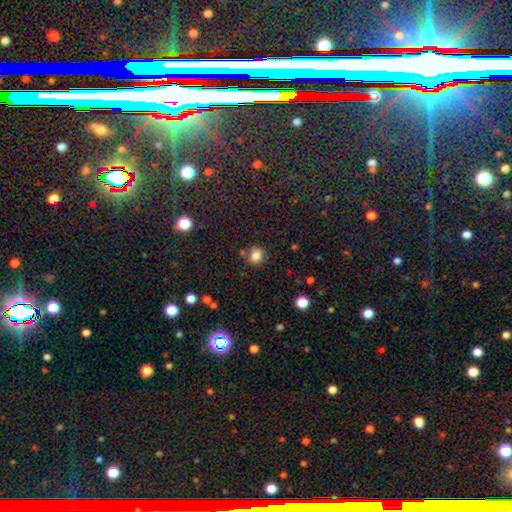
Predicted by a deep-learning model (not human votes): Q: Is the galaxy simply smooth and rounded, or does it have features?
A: smooth — 82%.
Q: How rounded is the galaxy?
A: round — 75%.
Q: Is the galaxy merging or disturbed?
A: none — 77%.